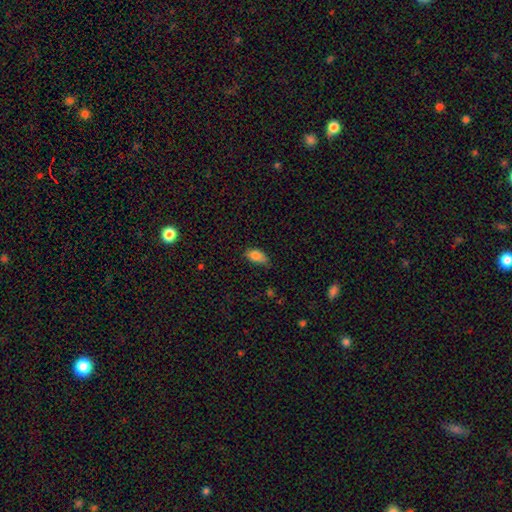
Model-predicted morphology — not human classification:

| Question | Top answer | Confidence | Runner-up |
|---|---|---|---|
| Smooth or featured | smooth | 83% | star or artifact (8%) |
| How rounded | in between | 91% | round (5%) |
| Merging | none | 60% | minor disturbance (32%) |